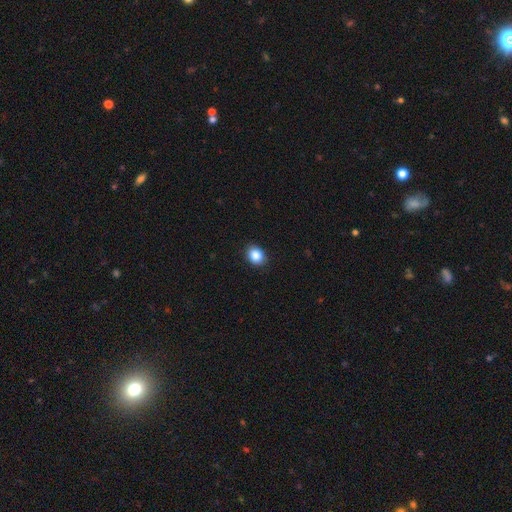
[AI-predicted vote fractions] This is clearly a smooth galaxy (86%). How rounded: possibly round (50%). Merging: clearly none (90%).